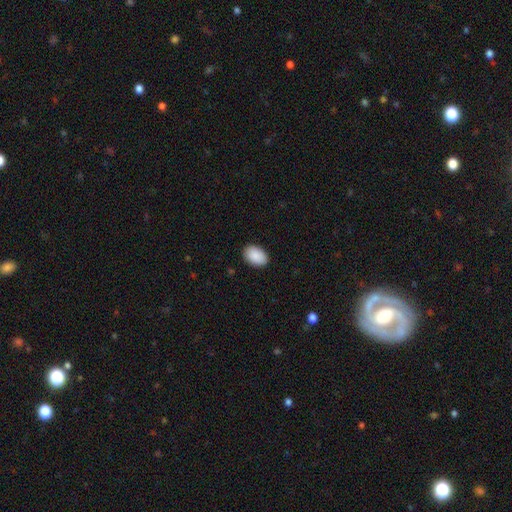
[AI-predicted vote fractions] smooth_or_featured: smooth (p=0.90) [alt: star or artifact p=0.06]
how_rounded: in between (p=0.89) [alt: round p=0.10]
merging: none (p=0.89) [alt: minor disturbance p=0.08]